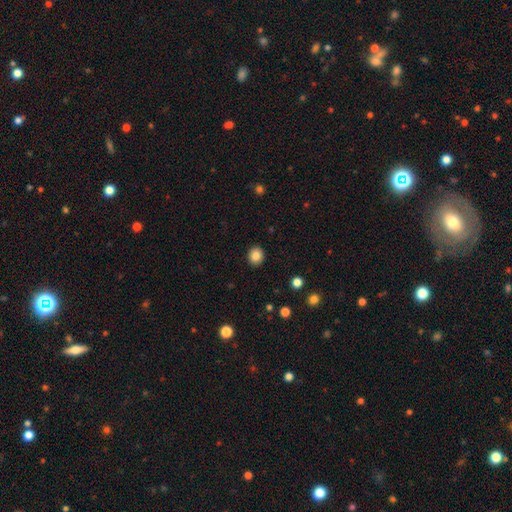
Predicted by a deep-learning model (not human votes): smooth_or_featured: smooth (p=0.85) [alt: star or artifact p=0.10]
how_rounded: round (p=0.79) [alt: in between p=0.20]
merging: none (p=0.91) [alt: minor disturbance p=0.06]